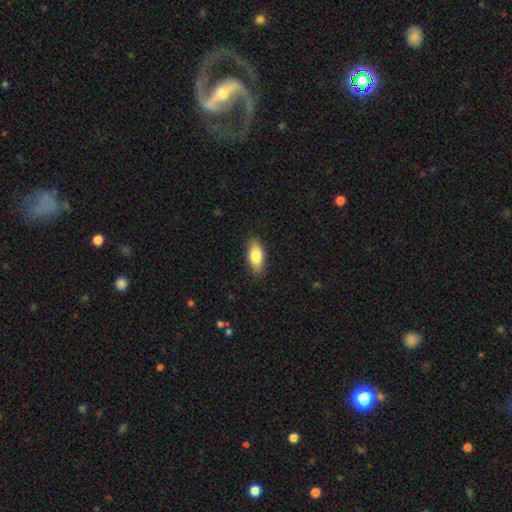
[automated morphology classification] Smooth or featured: smooth — 81% (featured or disk — 13%)
How rounded: in between — 86% (cigar-shaped — 11%)
Merging: none — 87% (minor disturbance — 10%)